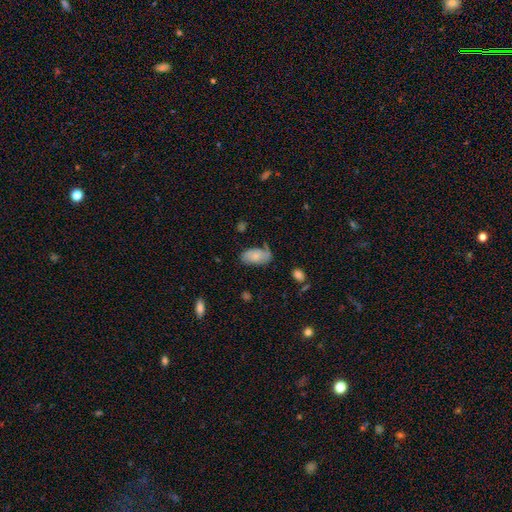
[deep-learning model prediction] smooth-or-featured: smooth: 70% | featured or disk: 23% | star or artifact: 7%
  how-rounded: in between: 94% | round: 3% | cigar-shaped: 3%
  merging: none: 60% | minor disturbance: 27% | major disturbance: 9% | merger: 4%